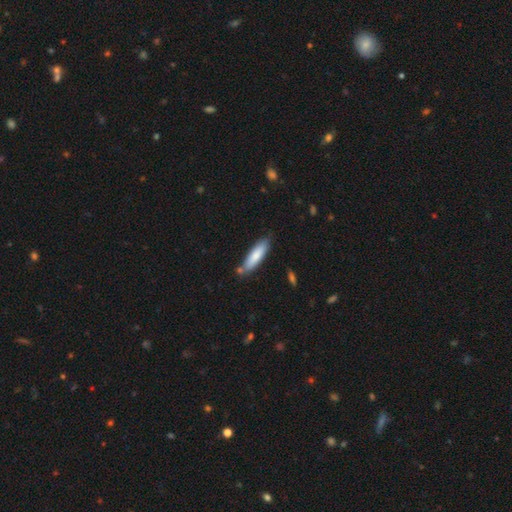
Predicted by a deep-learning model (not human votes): A smooth galaxy with no disk features (81%) that is cigar-shaped (66%).

Vote fractions:
- Smooth or featured? smooth: 81% / featured or disk: 14% / star or artifact: 6%
- How rounded? cigar-shaped: 66% / in between: 33% / round: 1%
- Merging? none: 76% / minor disturbance: 15% / merger: 6% / major disturbance: 3%